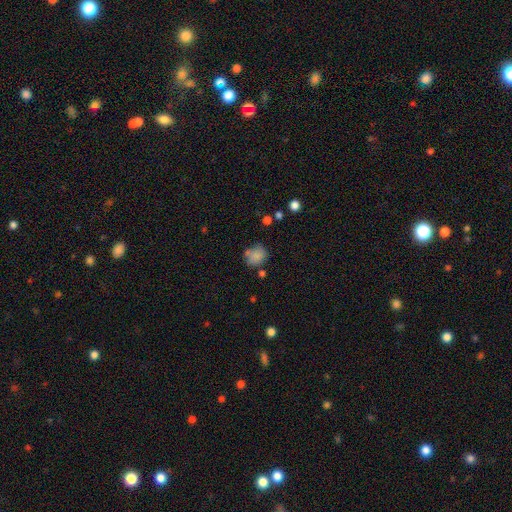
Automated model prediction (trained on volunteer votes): This is clearly a smooth galaxy (82%). How rounded: likely round (68%). Merging: likely none (63%).